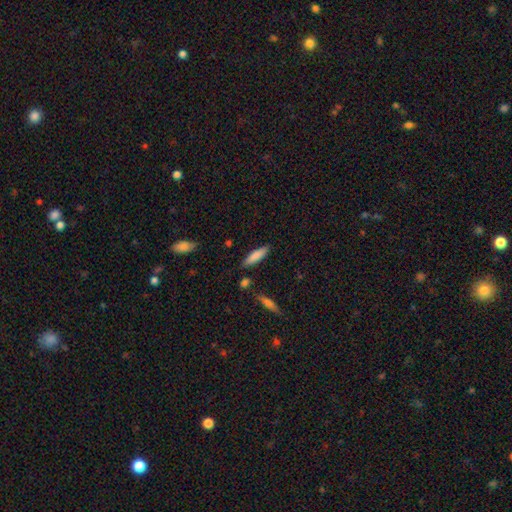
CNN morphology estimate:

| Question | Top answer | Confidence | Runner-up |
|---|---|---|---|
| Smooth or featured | smooth | 81% | featured or disk (12%) |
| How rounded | cigar-shaped | 69% | in between (30%) |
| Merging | none | 85% | minor disturbance (10%) |